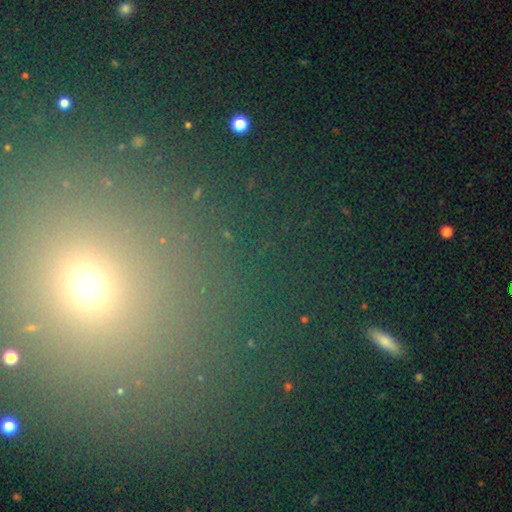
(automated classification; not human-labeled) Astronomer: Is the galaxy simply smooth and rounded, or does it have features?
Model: star or artifact — 48% (runner-up: smooth, 44%).